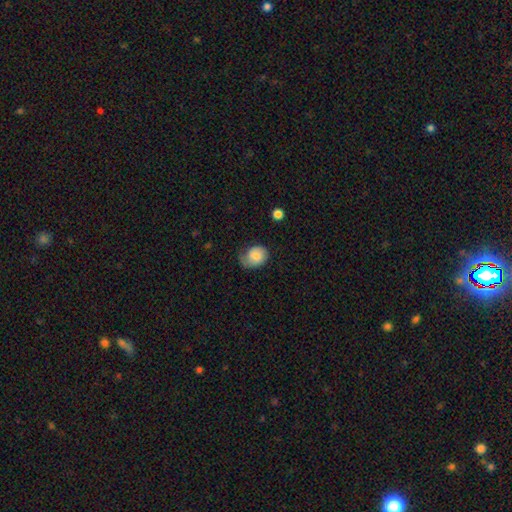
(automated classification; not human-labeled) Overall: smooth (71%). How rounded: in between (54%; round 45%). Merging: none (45%; minor disturbance 36%).